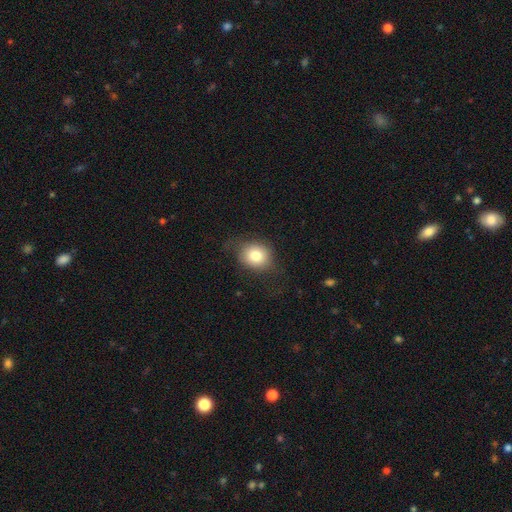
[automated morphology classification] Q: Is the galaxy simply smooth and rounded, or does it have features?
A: smooth — 78%.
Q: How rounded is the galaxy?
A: round — 66%.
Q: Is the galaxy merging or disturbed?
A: none — 68%.